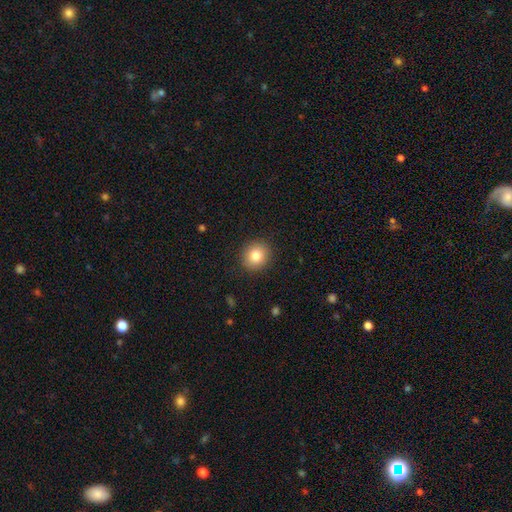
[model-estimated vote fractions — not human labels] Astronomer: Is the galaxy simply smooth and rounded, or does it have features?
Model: smooth — 82%.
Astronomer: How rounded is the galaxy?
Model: round — 84%.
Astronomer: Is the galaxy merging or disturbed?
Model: none — 90%.